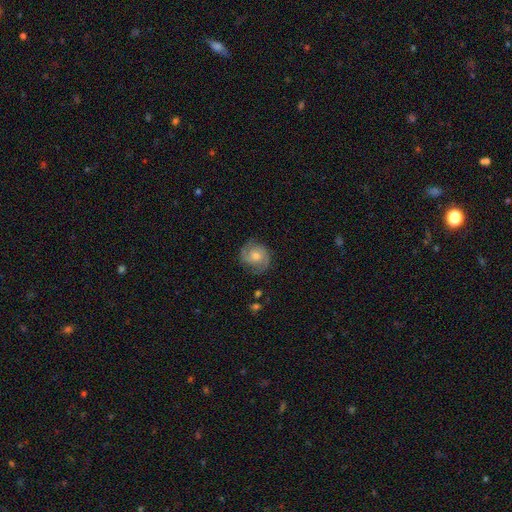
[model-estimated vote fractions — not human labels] A featured or disk galaxy (69%) with no bar (68%), 2 (70%) tight (45%) spiral arms (93%) and a moderate central bulge (63%). Merging: none (80%).